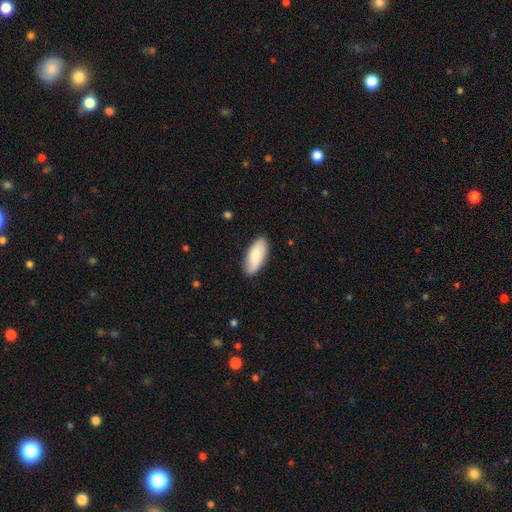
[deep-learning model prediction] Smooth or featured: smooth — 72% (featured or disk — 23%)
How rounded: in between — 88% (cigar-shaped — 10%)
Merging: none — 86% (minor disturbance — 11%)